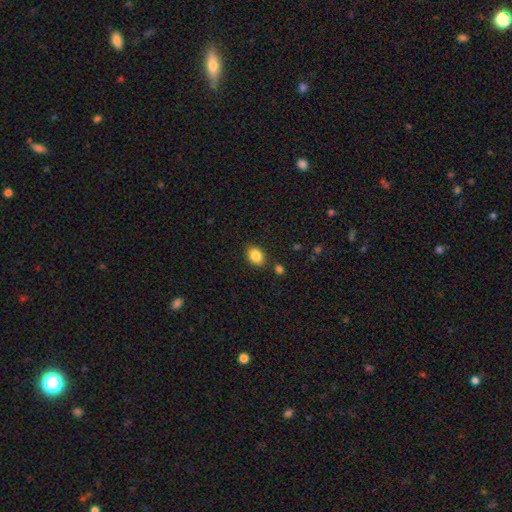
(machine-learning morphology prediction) Smooth or featured? smooth (86%)
How rounded? in between (78%)
Merging? none (82%)